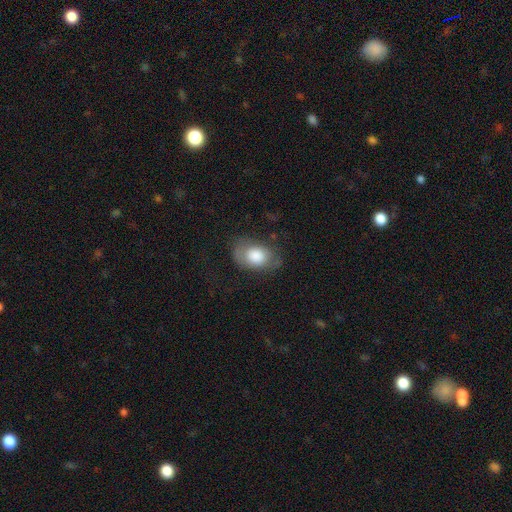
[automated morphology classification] Smooth or featured? Predicted: smooth (p=0.75). How rounded? Predicted: in between (p=0.81). Merging? Predicted: none (p=0.62).